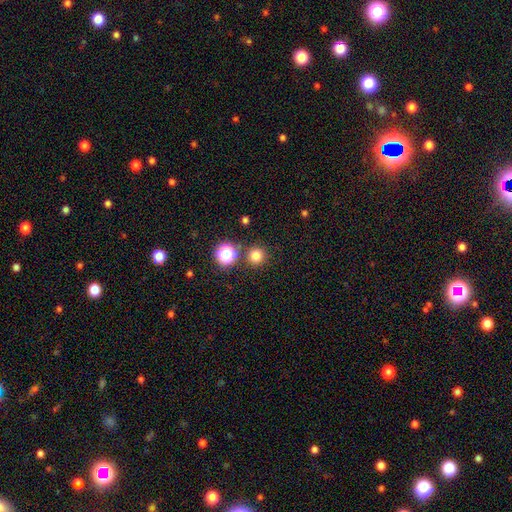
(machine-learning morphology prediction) Q: Smooth or featured?
A: smooth (77%); runner-up: star or artifact (18%)
Q: How rounded?
A: round (95%); runner-up: in between (4%)
Q: Merging?
A: none (85%); runner-up: minor disturbance (6%)